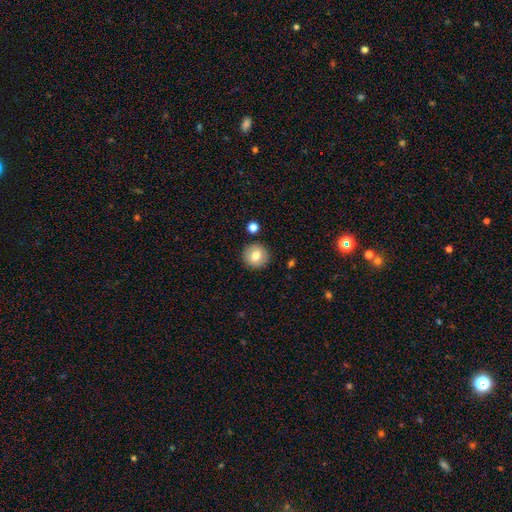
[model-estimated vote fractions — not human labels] This is likely a smooth galaxy (79%). How rounded: clearly round (93%). Merging: clearly none (89%).